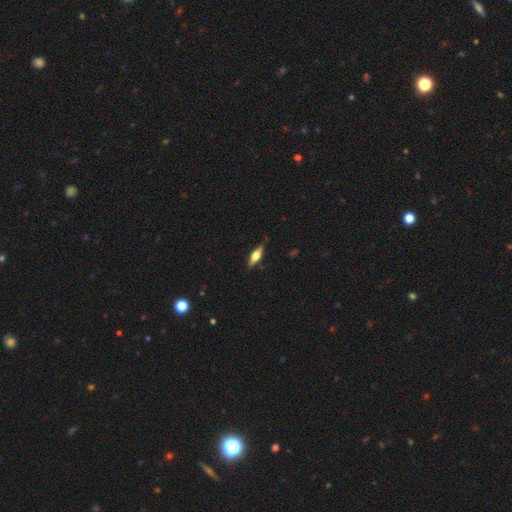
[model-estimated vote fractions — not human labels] Smooth or featured? featured or disk (50%)
Merging? none (83%)